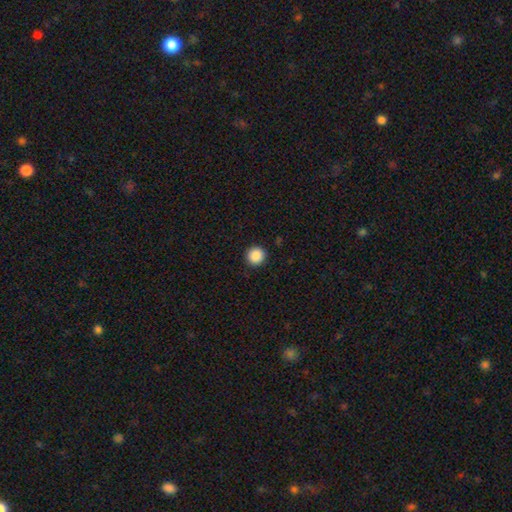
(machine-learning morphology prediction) This is clearly a smooth galaxy (88%). How rounded: clearly round (93%). Merging: clearly none (92%).